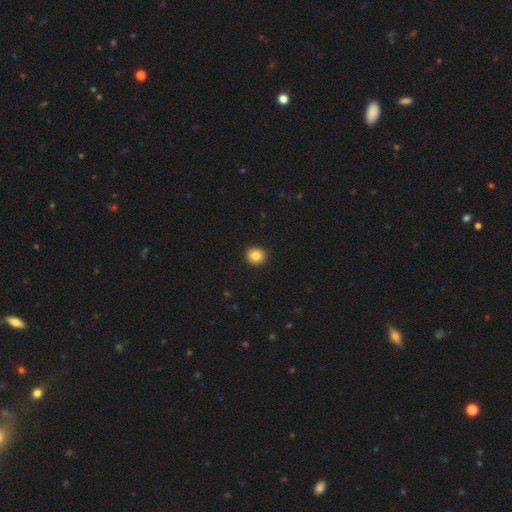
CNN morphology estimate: Smooth or featured: smooth — 84% (star or artifact — 10%)
How rounded: round — 84% (in between — 15%)
Merging: none — 93% (minor disturbance — 5%)